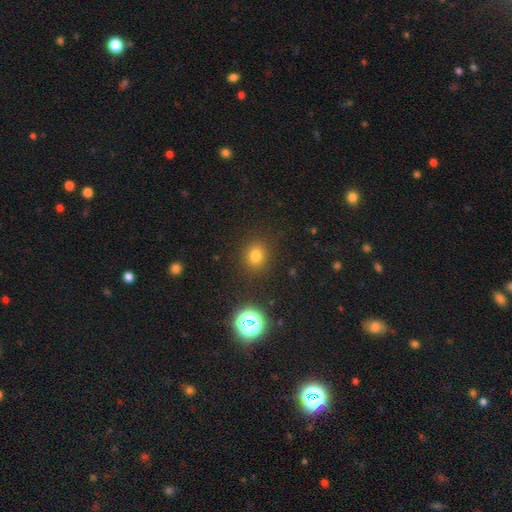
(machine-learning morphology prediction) Smooth or featured? Predicted: smooth (p=0.76). How rounded? Predicted: round (p=0.81). Merging? Predicted: none (p=0.88).